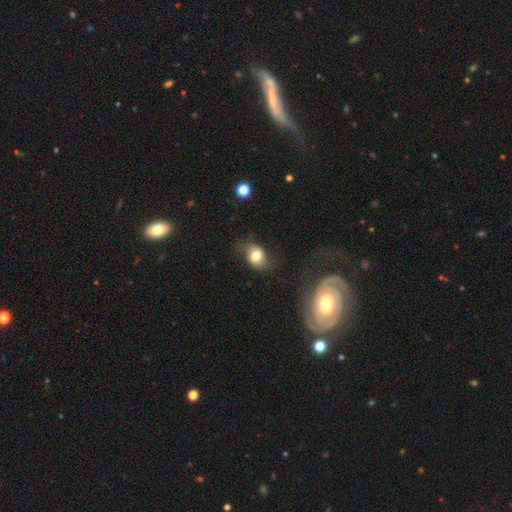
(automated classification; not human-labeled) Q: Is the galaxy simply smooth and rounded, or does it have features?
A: smooth — 71%.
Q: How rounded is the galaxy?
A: in between — 64%.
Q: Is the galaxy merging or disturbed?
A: none — 55%.